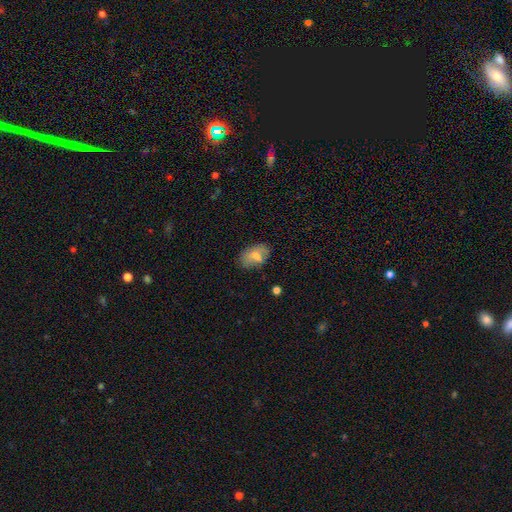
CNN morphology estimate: This is likely a smooth galaxy (71%). How rounded: clearly in between (87%). Merging: likely none (61%).